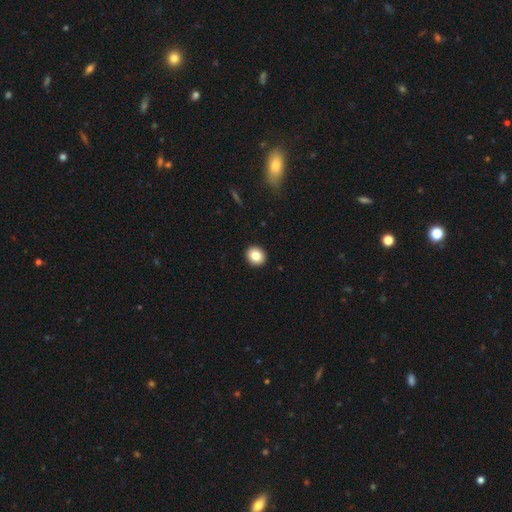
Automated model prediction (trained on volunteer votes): This appears to be a smooth galaxy with no disk features (83%) that is round (76%). Merging: none (93%).